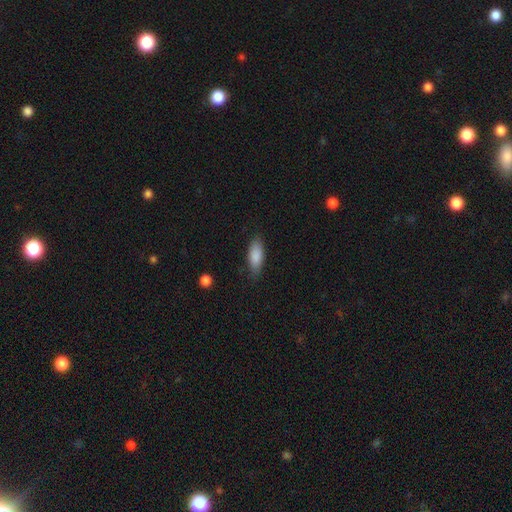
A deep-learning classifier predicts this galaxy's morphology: Overall: smooth (87%). How rounded: in between (78%). Merging: none (79%).